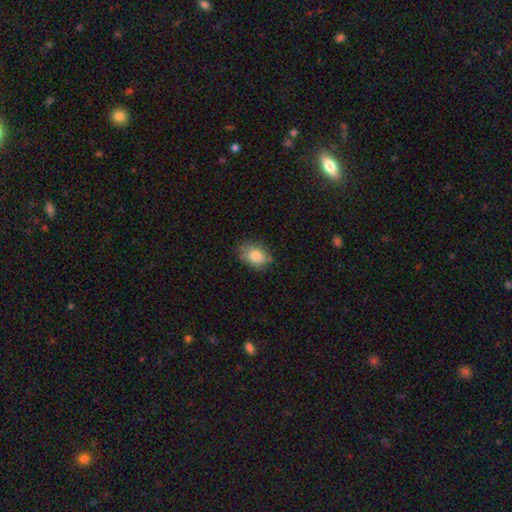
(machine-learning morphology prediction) Q: Smooth or featured?
A: smooth (81%); runner-up: featured or disk (11%)
Q: How rounded?
A: in between (75%); runner-up: round (24%)
Q: Merging?
A: none (69%); runner-up: minor disturbance (24%)